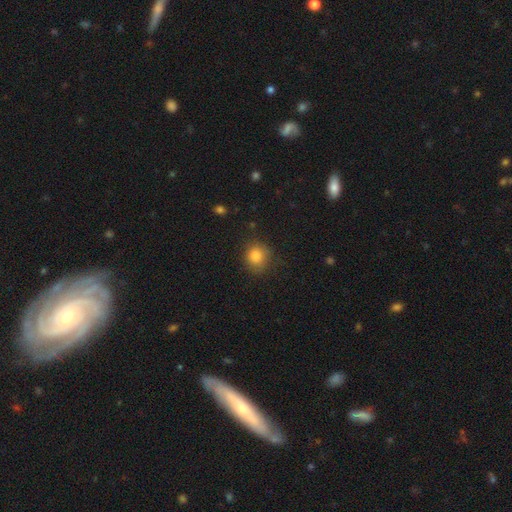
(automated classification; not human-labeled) smooth_or_featured: smooth (p=0.85) [alt: star or artifact p=0.10]
how_rounded: round (p=0.80) [alt: in between p=0.19]
merging: none (p=0.78) [alt: minor disturbance p=0.16]